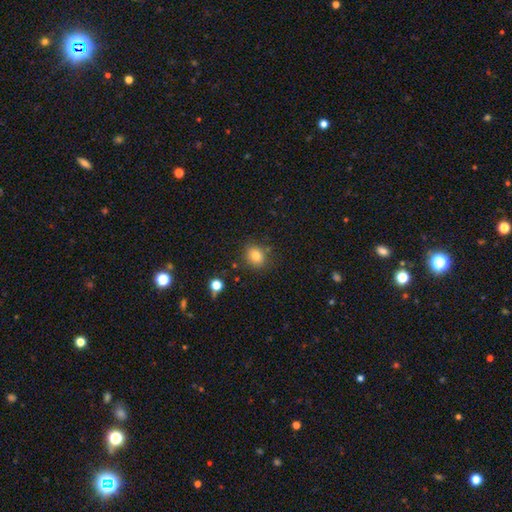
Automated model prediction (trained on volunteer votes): The model was most divided on "how rounded": round: 56%, in between: 43%, cigar-shaped: 1%. More confident: smooth or featured — smooth (82%); merging — none (78%).